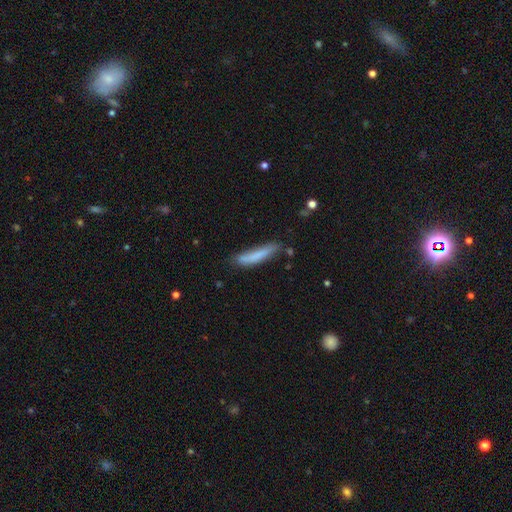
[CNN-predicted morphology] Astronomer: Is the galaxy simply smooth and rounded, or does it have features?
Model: smooth — 77%.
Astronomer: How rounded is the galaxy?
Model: cigar-shaped — 87%.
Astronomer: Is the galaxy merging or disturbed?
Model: none — 65%.